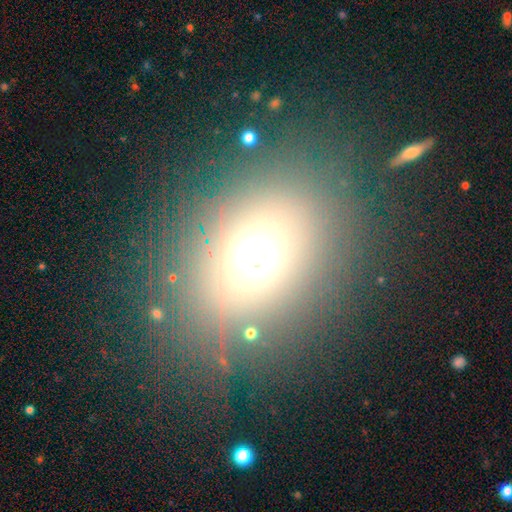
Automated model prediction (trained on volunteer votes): The model was most divided on "how rounded": in between: 50%, round: 47%, cigar-shaped: 2%. More confident: merging — none (78%); smooth or featured — smooth (57%).